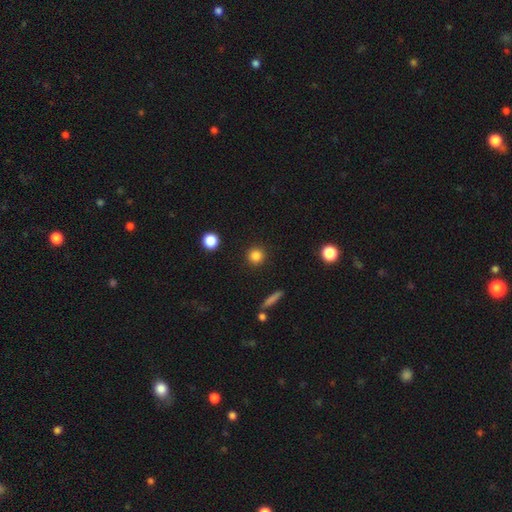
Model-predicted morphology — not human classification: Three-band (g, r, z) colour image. It shows a smooth galaxy with no disk features (84%) that is round (94%). Merging: none (92%).